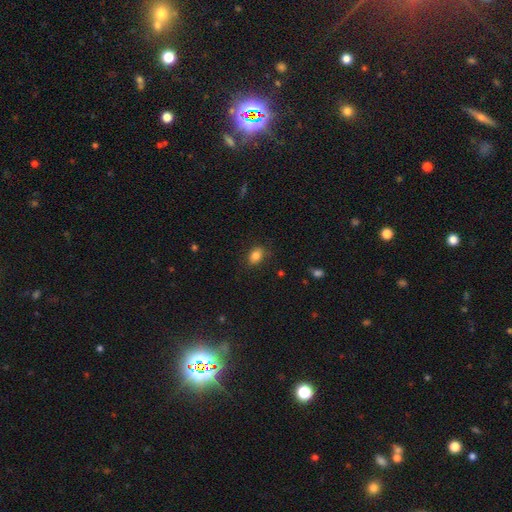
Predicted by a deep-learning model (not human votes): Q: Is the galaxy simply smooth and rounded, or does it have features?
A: smooth — 84%.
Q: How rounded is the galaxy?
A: in between — 75%.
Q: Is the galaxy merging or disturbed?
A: none — 82%.